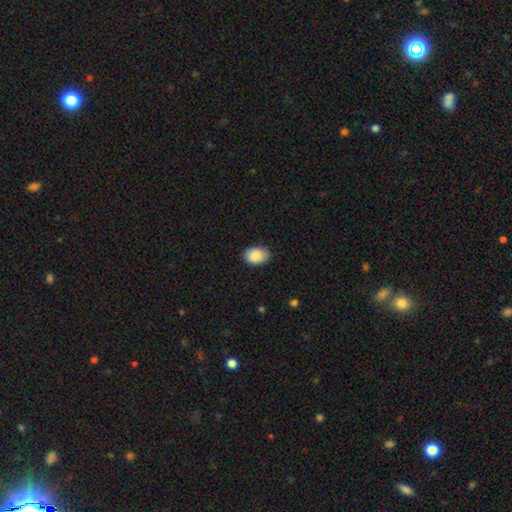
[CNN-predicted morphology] Smooth or featured? smooth (89%)
How rounded? in between (76%)
Merging? none (82%)